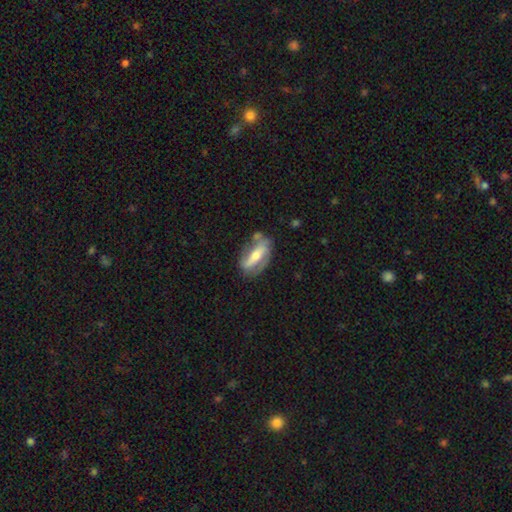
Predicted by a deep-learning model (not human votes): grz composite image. It shows a featured or disk galaxy (67%) with a strong bar (59%), spiral arms (69%) and a moderate central bulge (57%). Merging: none (63%).